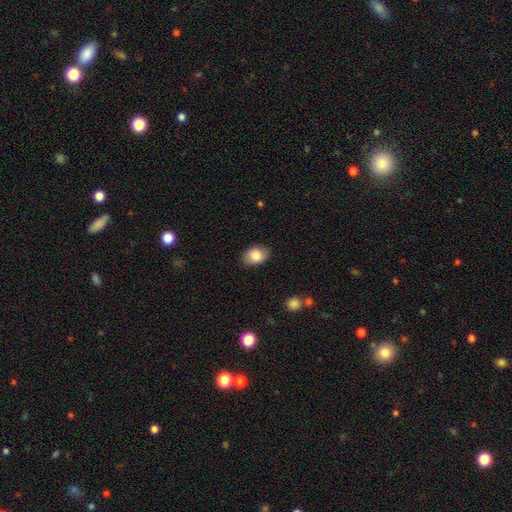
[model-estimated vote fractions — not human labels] Smooth or featured? smooth (84%)
How rounded? in between (79%)
Merging? none (82%)